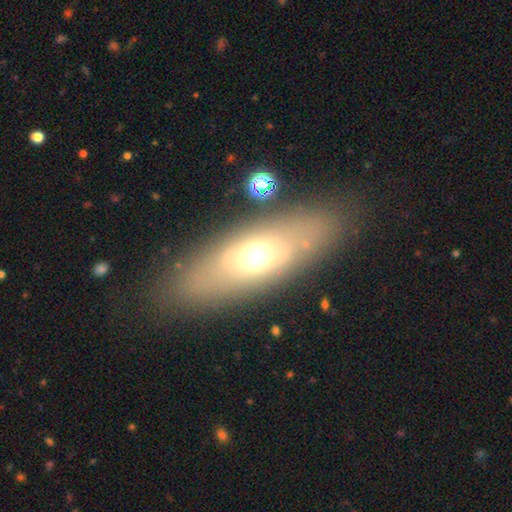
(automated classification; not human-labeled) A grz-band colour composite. It shows a smooth galaxy with no disk features (58%) that is in between round and cigar-shaped (68%). Merging: none (82%).